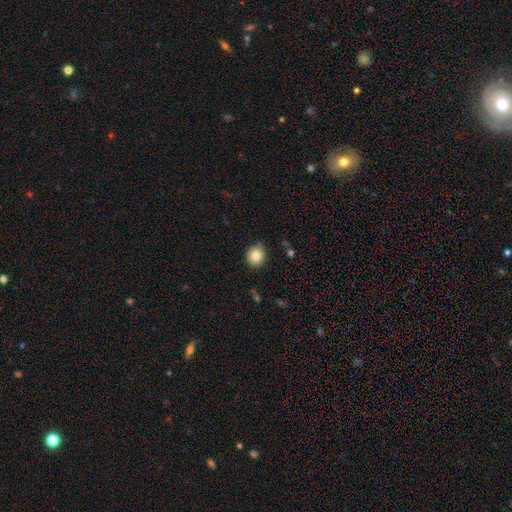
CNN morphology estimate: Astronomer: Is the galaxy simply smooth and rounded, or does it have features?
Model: smooth — 82%.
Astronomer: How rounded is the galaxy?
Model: round — 83%.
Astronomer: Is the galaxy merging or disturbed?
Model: none — 80%.